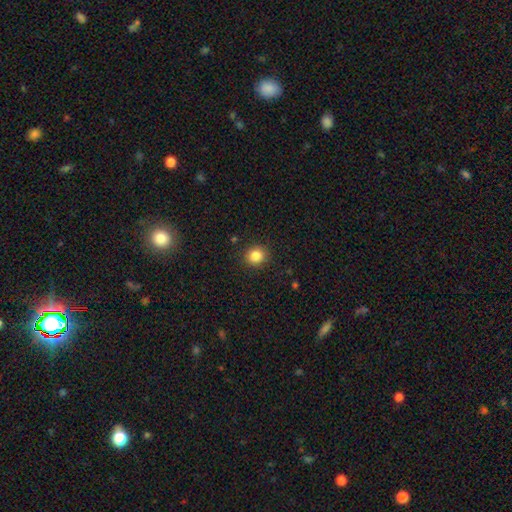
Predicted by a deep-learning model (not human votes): This appears to be a smooth galaxy with no disk features (85%) that is round (83%). Merging: none (90%).